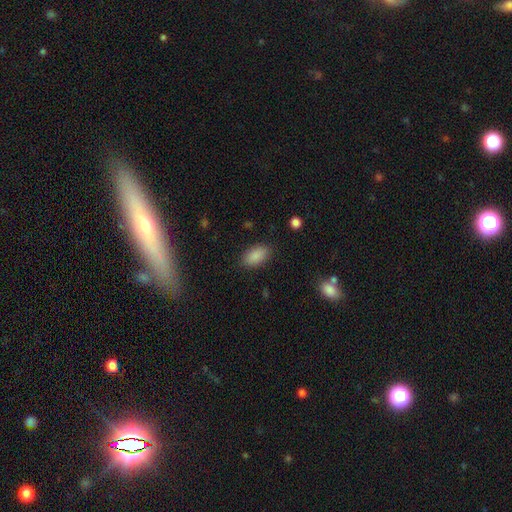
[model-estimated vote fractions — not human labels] smooth 88%, star or artifact 8%, featured or disk 4%. Down the decision tree: how rounded — in between (92%); merging — none (85%).